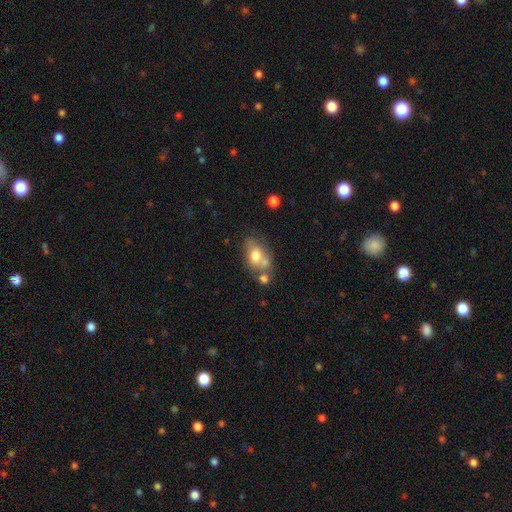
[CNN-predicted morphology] This appears to be a smooth galaxy with no disk features (63%) that is in between round and cigar-shaped (81%). Merging: none (37%).